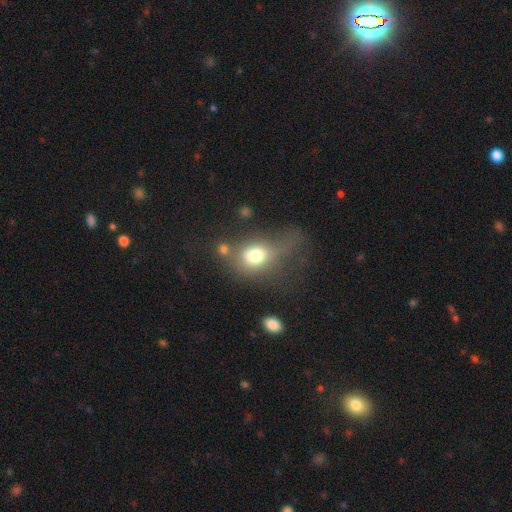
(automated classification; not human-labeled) This is likely a smooth galaxy (69%). How rounded: possibly in between (56%). Merging: marginally major disturbance (36%).